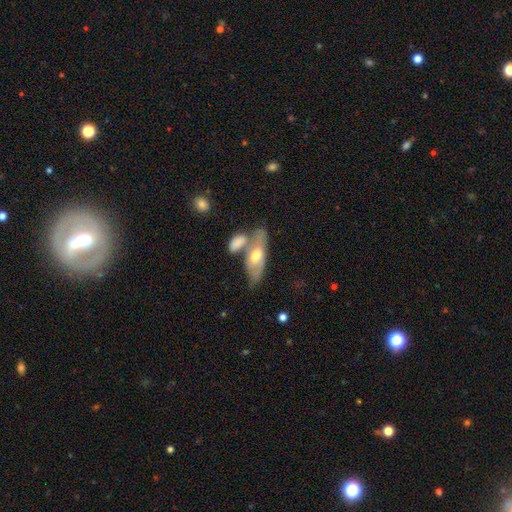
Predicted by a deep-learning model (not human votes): Morphology: type=smooth (52%); roundness=in between (70%); merging=none (44%).